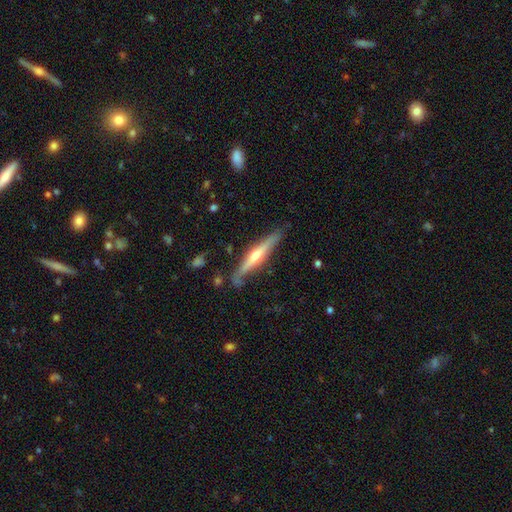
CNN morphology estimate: This is likely a featured or disk galaxy (67%). It is clearly viewed edge-on (96%). Edge-on bulge: clearly rounded (85%). Merging: likely none (79%).